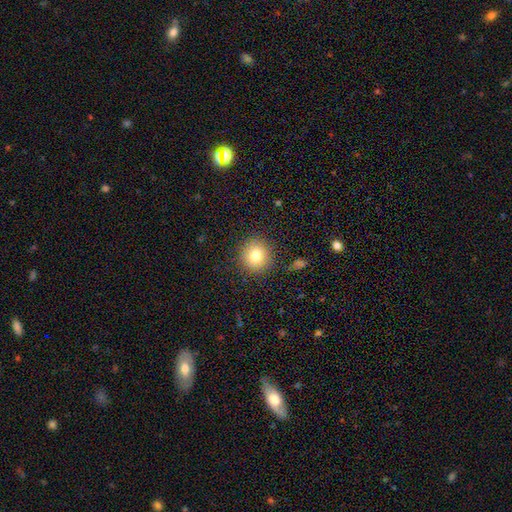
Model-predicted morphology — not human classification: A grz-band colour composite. It shows a smooth galaxy with no disk features (78%) that is round (90%). Merging: none (88%).